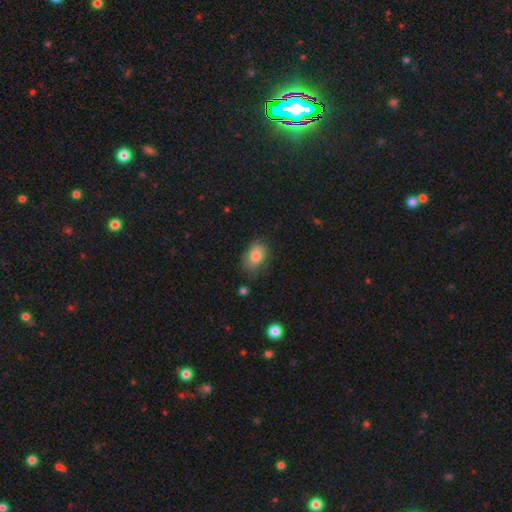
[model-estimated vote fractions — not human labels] Overall: smooth (81%). How rounded: in between (83%). Merging: none (63%; minor disturbance 26%).